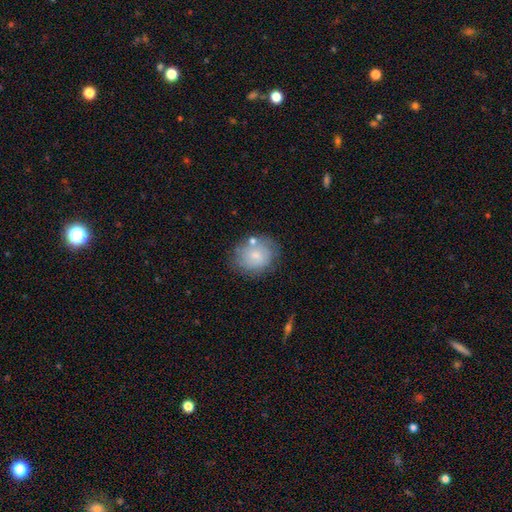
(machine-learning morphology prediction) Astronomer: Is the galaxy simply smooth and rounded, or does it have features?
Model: smooth — 62%.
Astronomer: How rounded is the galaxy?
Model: round — 67%.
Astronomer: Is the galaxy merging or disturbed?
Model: none — 65%.